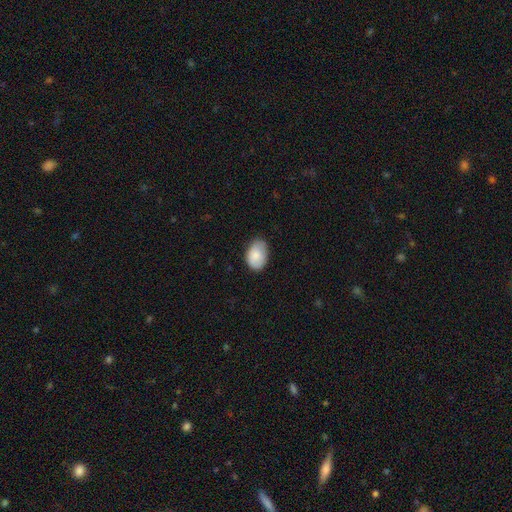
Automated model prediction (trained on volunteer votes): smooth-or-featured: smooth: 85% | featured or disk: 9% | star or artifact: 7%
  how-rounded: in between: 88% | round: 11% | cigar-shaped: 1%
  merging: none: 71% | minor disturbance: 24% | major disturbance: 4% | merger: 1%